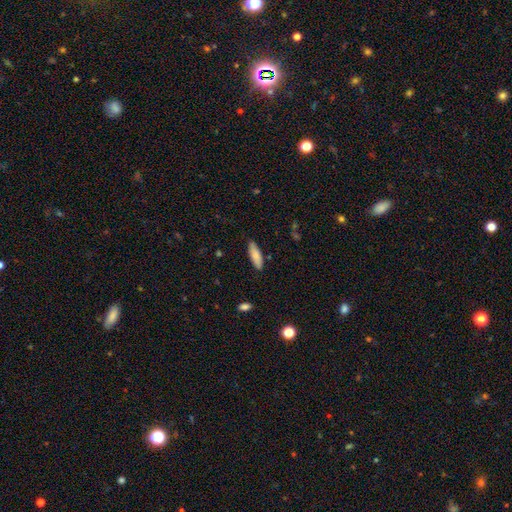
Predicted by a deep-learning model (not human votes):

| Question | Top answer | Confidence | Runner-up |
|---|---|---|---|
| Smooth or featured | smooth | 82% | featured or disk (12%) |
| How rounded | in between | 55% | cigar-shaped (43%) |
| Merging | none | 86% | minor disturbance (10%) |